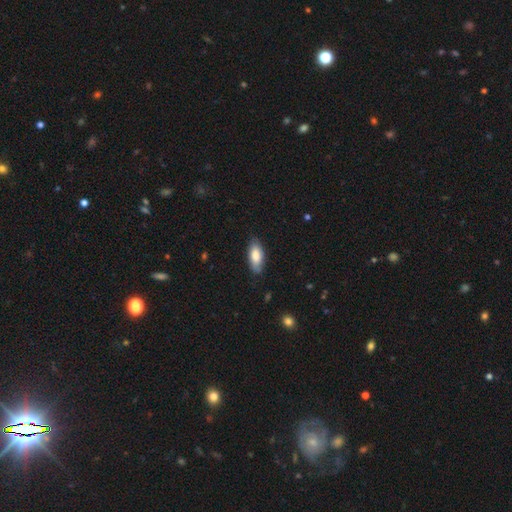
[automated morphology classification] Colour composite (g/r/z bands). It shows a smooth galaxy with no disk features (82%) that is in between round and cigar-shaped (85%). Merging: none (82%).